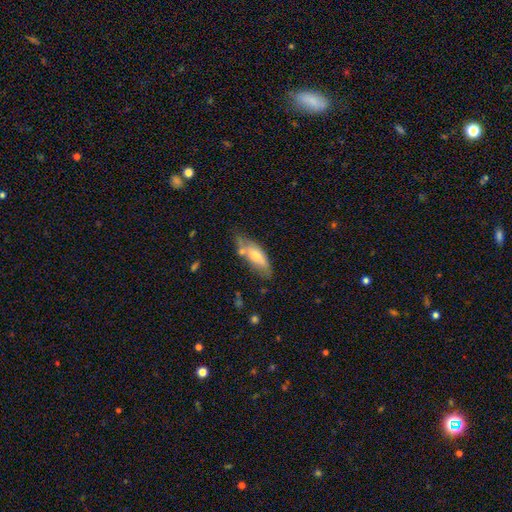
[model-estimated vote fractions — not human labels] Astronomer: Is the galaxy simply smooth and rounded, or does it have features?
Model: smooth — 59% (runner-up: featured or disk, 34%).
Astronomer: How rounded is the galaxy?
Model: in between — 68%.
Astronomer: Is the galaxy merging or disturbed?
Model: none — 57%.